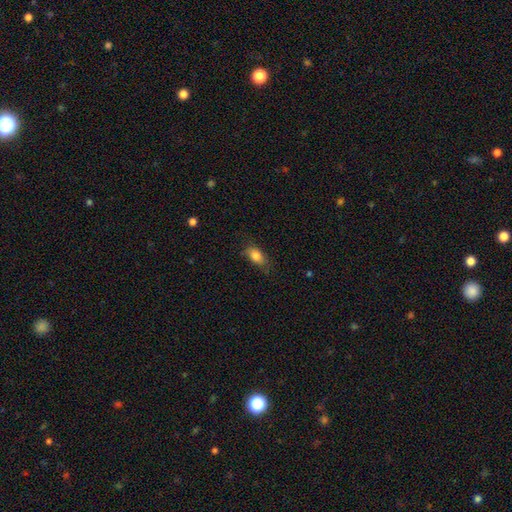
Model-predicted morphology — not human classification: Smooth or featured?
  - smooth: 82% *
  - featured or disk: 10%
  - star or artifact: 8%
How rounded?
  - in between: 86% *
  - round: 10%
  - cigar-shaped: 4%
Merging?
  - none: 71% *
  - minor disturbance: 22%
  - major disturbance: 6%
  - merger: 1%